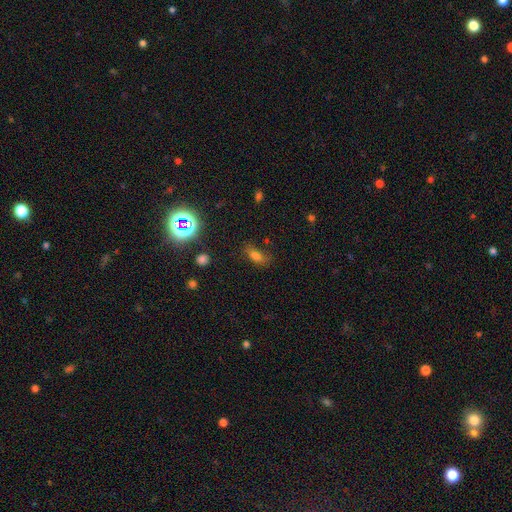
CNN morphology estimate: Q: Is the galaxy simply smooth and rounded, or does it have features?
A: smooth — 68%.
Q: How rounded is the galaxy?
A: in between — 81%.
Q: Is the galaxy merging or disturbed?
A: none — 60%.